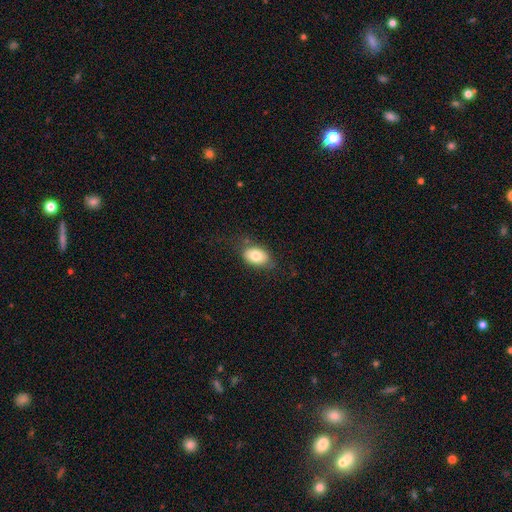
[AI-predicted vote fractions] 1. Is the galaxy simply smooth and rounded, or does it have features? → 79% smooth, 13% featured or disk, 8% star or artifact.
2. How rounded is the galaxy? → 84% in between, 14% round, 1% cigar-shaped.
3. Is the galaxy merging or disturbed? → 74% none, 18% minor disturbance, 6% major disturbance, 2% merger.